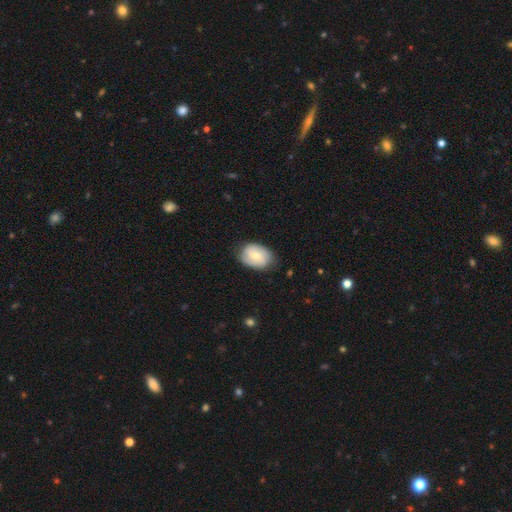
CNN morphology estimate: smooth_or_featured: smooth (p=0.54) [alt: featured or disk p=0.39]
how_rounded: in between (p=0.72) [alt: round p=0.27]
merging: none (p=0.76) [alt: minor disturbance p=0.19]